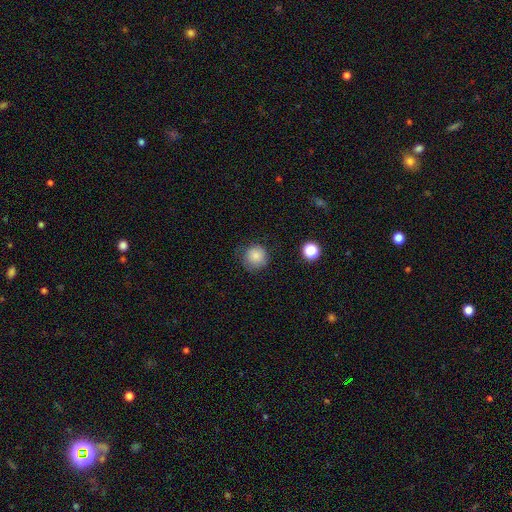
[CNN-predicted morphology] A smooth galaxy with no disk features (84%) that is round (93%). Merging: none (74%).